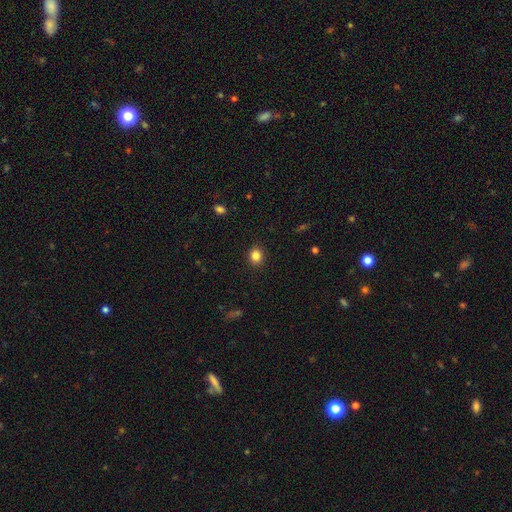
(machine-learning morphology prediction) A smooth galaxy with no disk features (84%) that is round (75%).

Vote fractions:
- Smooth or featured? smooth: 84% / star or artifact: 11% / featured or disk: 4%
- How rounded? round: 75% / in between: 24% / cigar-shaped: 1%
- Merging? none: 90% / minor disturbance: 7% / major disturbance: 2% / merger: 1%